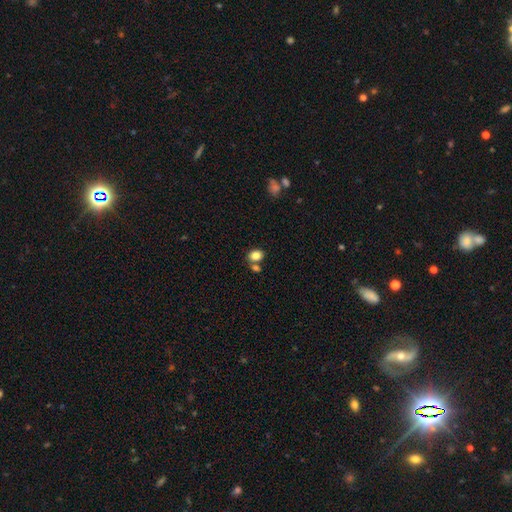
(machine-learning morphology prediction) Q: Smooth or featured?
A: smooth (83%); runner-up: star or artifact (10%)
Q: How rounded?
A: in between (54%); runner-up: round (45%)
Q: Merging?
A: none (60%); runner-up: merger (25%)